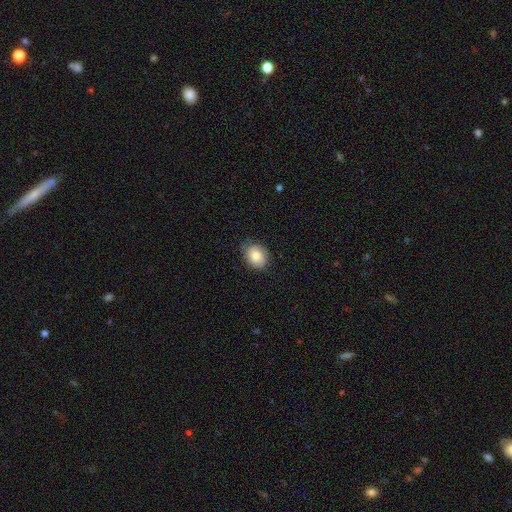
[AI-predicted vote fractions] Overall: smooth (75%). How rounded: in between (60%; round 39%). Merging: none (72%).